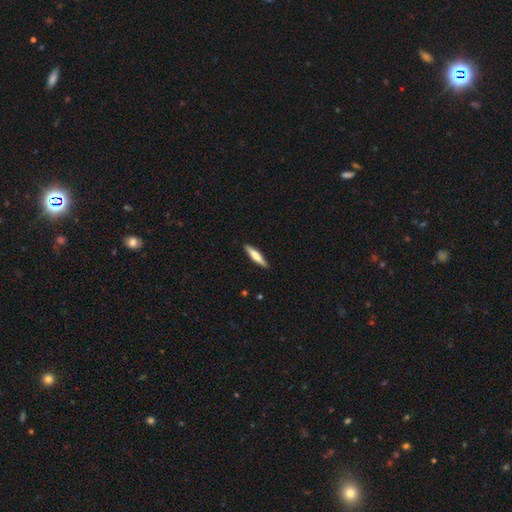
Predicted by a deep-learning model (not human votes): Smooth or featured? Predicted: smooth (p=0.67). How rounded? Predicted: cigar-shaped (p=0.86). Merging? Predicted: none (p=0.89).